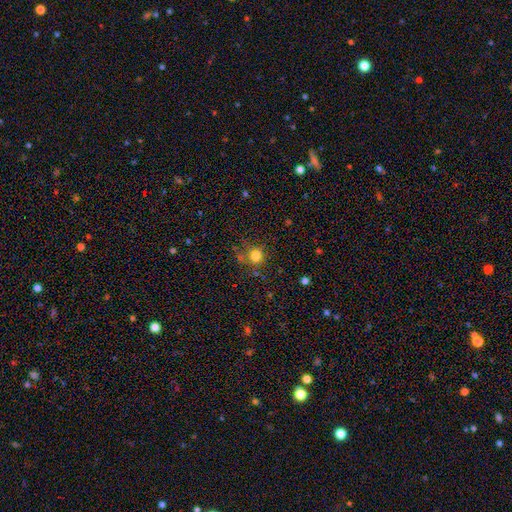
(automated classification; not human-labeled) smooth_or_featured: smooth (p=0.78) [alt: star or artifact p=0.15]
how_rounded: round (p=0.89) [alt: in between p=0.10]
merging: none (p=0.73) [alt: minor disturbance p=0.15]